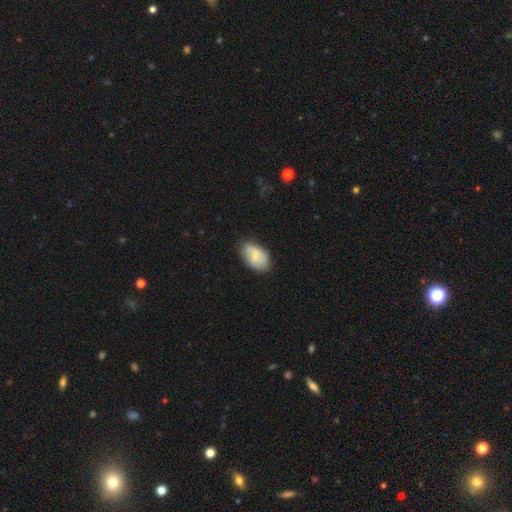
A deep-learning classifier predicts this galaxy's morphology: This is likely a smooth galaxy (69%). How rounded: clearly in between (91%). Merging: likely none (70%).